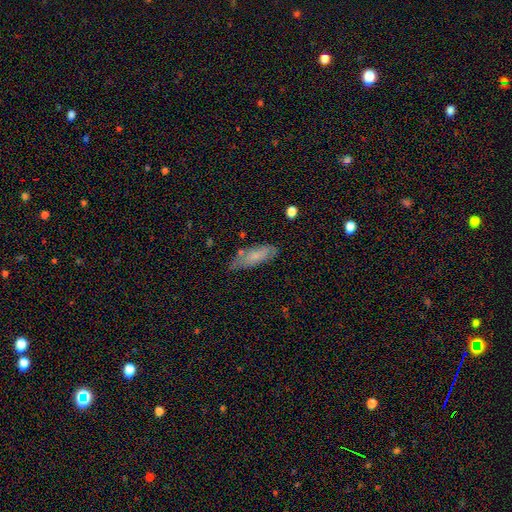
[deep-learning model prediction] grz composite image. It shows a smooth galaxy with no disk features (64%) that is in between round and cigar-shaped (68%). Merging: none (61%).